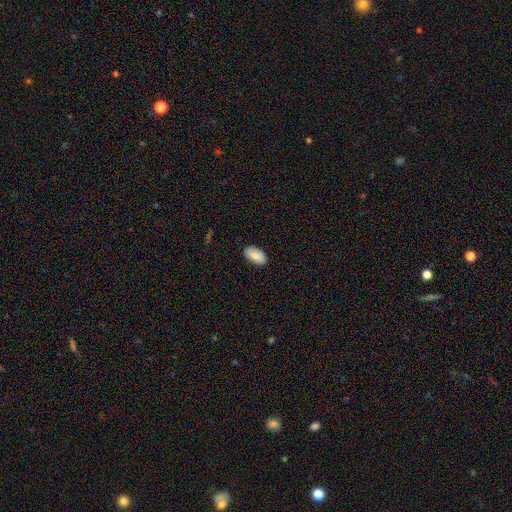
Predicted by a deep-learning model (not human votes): Smooth or featured? Predicted: smooth (p=0.82). How rounded? Predicted: in between (p=0.94). Merging? Predicted: none (p=0.86).